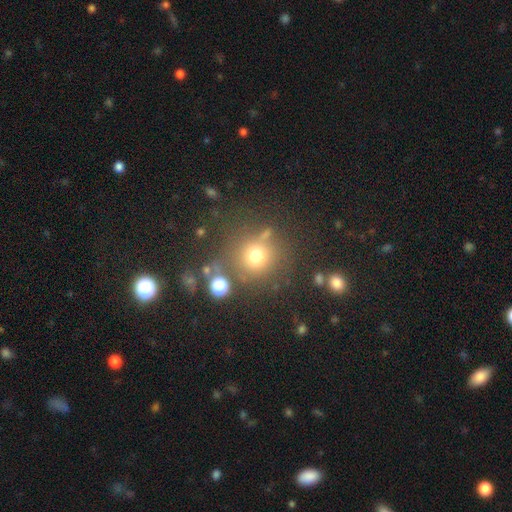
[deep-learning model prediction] A smooth galaxy with no disk features (69%) that is round (91%). Merging: none (73%).